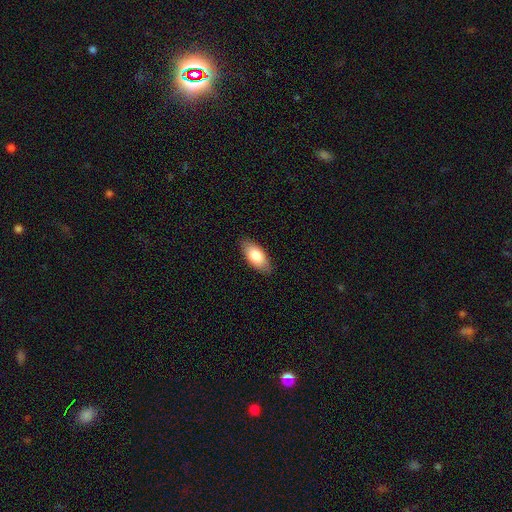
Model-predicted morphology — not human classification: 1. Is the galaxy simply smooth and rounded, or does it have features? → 83% smooth, 11% featured or disk, 6% star or artifact.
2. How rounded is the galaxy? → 92% in between, 6% cigar-shaped, 2% round.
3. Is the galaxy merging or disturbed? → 86% none, 11% minor disturbance, 2% major disturbance, 1% merger.